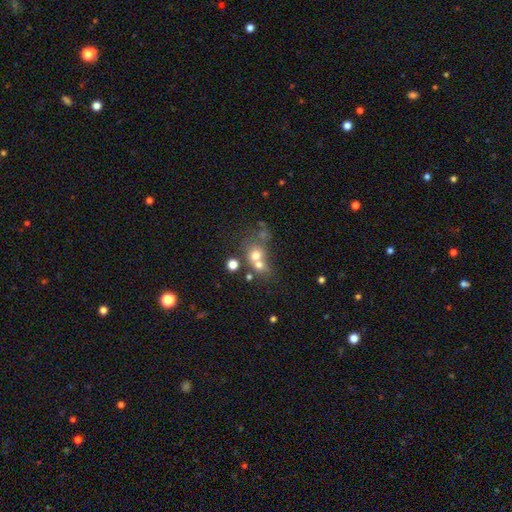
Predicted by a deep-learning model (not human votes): This is likely a smooth galaxy (62%). How rounded: likely round (75%). Merging: possibly merger (55%).